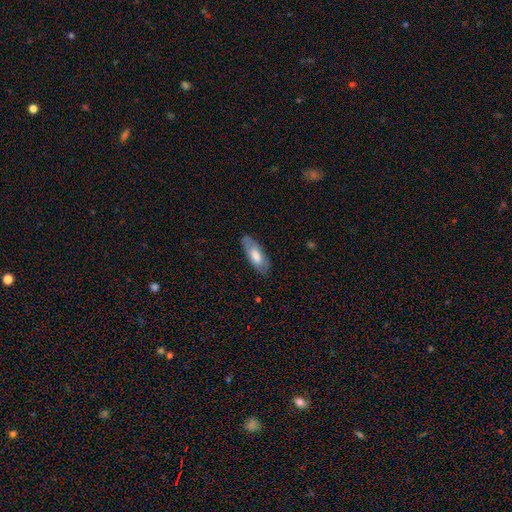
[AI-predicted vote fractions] Morphology: type=smooth (64%); roundness=in between (73%); merging=none (80%).